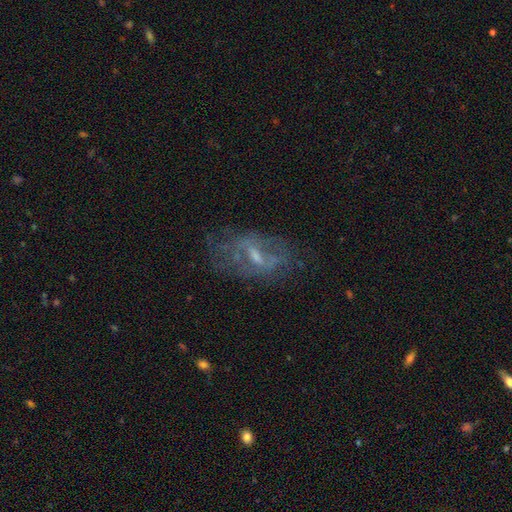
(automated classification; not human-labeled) Overall: featured or disk (62%; smooth 23%). Edge-on disk: no (90%). Bar: weak (47%; no 30%). Spiral arms: no (52%; yes 48%). Bulge size: small (48%; moderate 35%). Merging: none (62%).